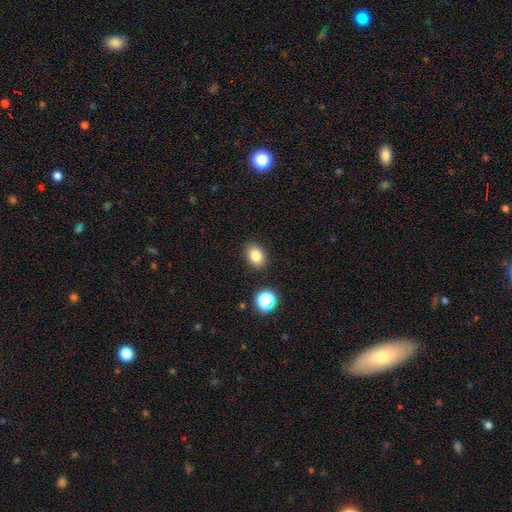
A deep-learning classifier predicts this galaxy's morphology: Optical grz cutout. It shows a smooth galaxy with no disk features (82%) that is in between round and cigar-shaped (66%). Merging: none (87%).